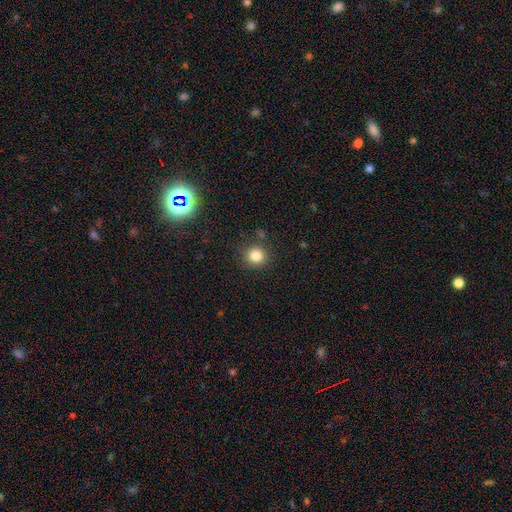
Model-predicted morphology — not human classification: type=smooth (82%); roundness=round (91%); merging=none (85%).